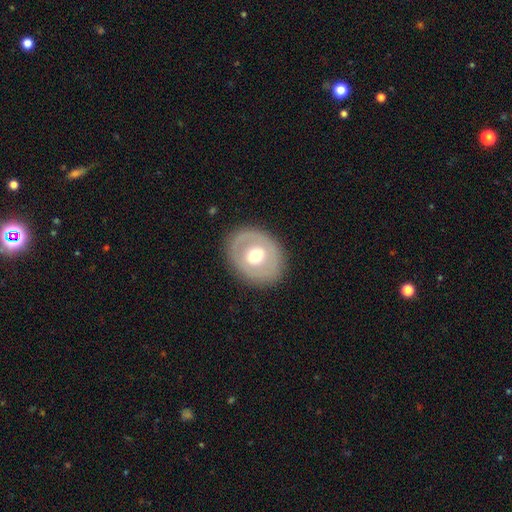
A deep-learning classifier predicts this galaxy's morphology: A smooth galaxy with no disk features (47%).

Vote fractions:
- Smooth or featured? smooth: 47% / featured or disk: 46% / star or artifact: 7%
- Merging? none: 83% / minor disturbance: 11% / major disturbance: 5% / merger: 1%